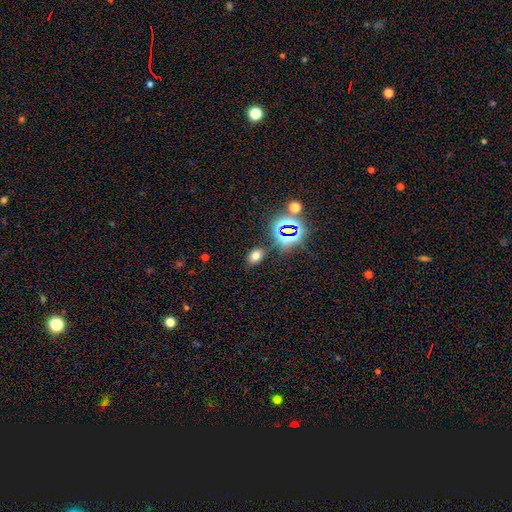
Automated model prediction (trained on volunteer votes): smooth_or_featured: smooth (p=0.67) [alt: star or artifact p=0.24]
how_rounded: in between (p=0.74) [alt: round p=0.25]
merging: none (p=0.84) [alt: minor disturbance p=0.10]